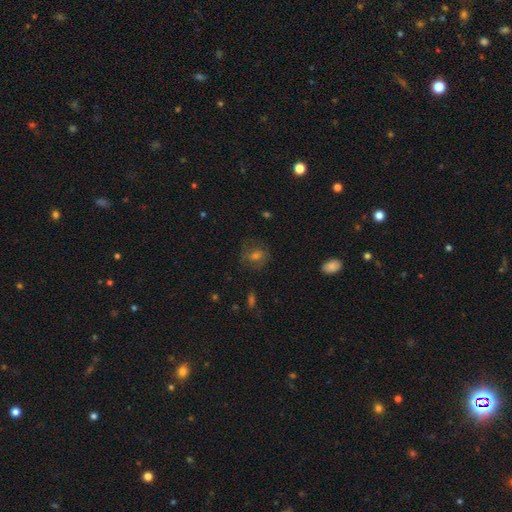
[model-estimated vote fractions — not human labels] The model was most divided on "smooth or featured": featured or disk: 41%, smooth: 38%, star or artifact: 20%. More confident: merging — none (75%).